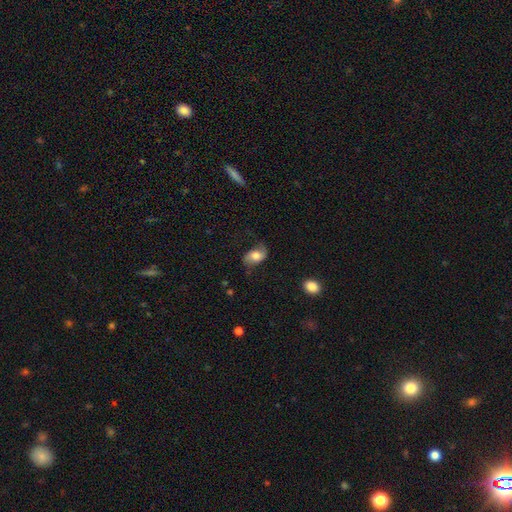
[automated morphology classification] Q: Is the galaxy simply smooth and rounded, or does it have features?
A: smooth — 54%.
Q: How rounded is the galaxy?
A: in between — 86%.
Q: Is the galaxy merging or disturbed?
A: none — 61%.